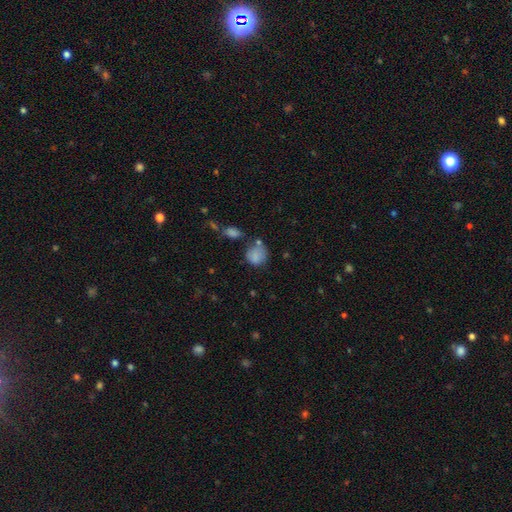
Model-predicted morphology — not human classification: A smooth galaxy with no disk features (80%) that is round (72%).

Vote fractions:
- Smooth or featured? smooth: 80% / star or artifact: 10% / featured or disk: 10%
- How rounded? round: 72% / in between: 27% / cigar-shaped: 1%
- Merging? none: 50% / minor disturbance: 26% / merger: 13% / major disturbance: 12%